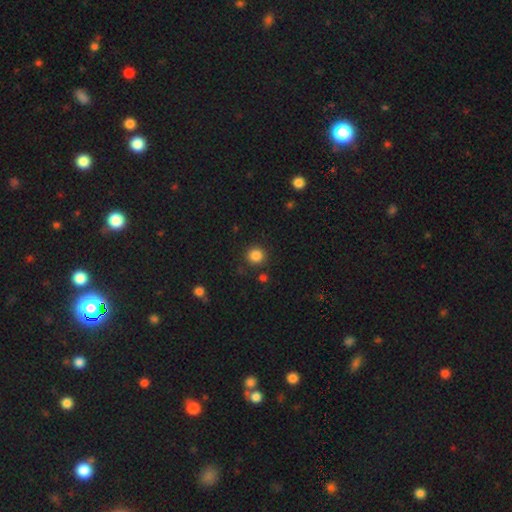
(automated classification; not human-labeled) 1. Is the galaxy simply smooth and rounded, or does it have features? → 86% smooth, 11% star or artifact, 3% featured or disk.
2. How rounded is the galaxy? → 92% round, 7% in between, 1% cigar-shaped.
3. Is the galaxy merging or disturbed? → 89% none, 6% minor disturbance, 3% merger, 2% major disturbance.